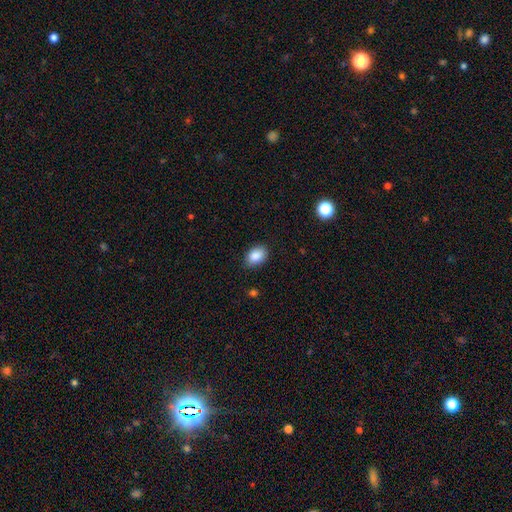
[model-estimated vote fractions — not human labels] smooth 88%, star or artifact 8%, featured or disk 4%. Down the decision tree: how rounded — in between (79%); merging — none (85%).